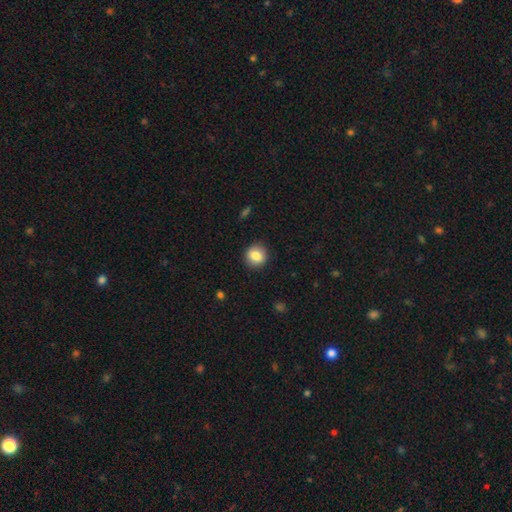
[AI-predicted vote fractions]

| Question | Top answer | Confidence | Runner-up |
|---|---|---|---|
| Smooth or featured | smooth | 83% | star or artifact (9%) |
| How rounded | round | 85% | in between (14%) |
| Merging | none | 91% | minor disturbance (6%) |